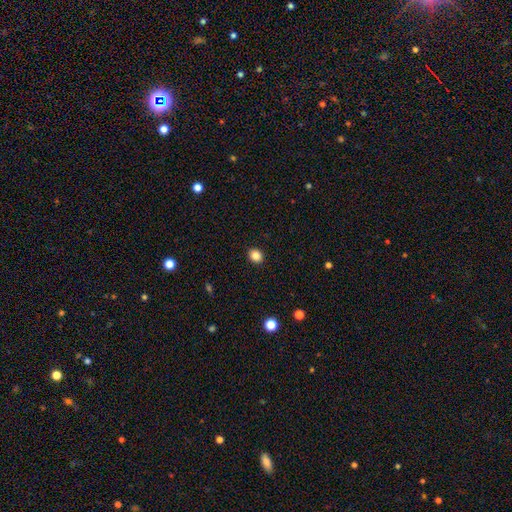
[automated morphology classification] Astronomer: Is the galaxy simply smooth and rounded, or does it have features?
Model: smooth — 84%.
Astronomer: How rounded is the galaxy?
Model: round — 63%.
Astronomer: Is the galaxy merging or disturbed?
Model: none — 91%.